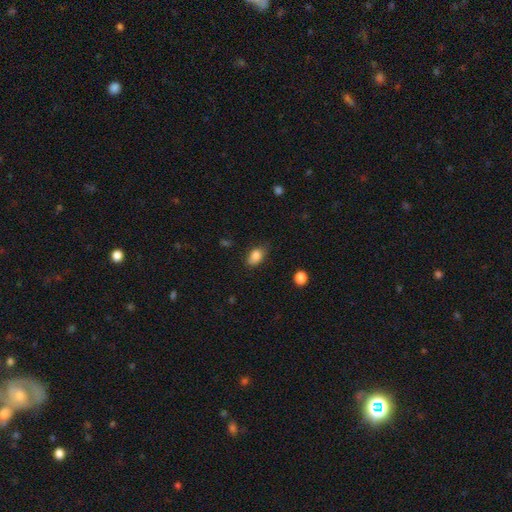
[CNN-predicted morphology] smooth-or-featured: smooth: 85% | star or artifact: 9% | featured or disk: 7%
  how-rounded: in between: 87% | round: 11% | cigar-shaped: 2%
  merging: none: 73% | minor disturbance: 21% | major disturbance: 5% | merger: 1%